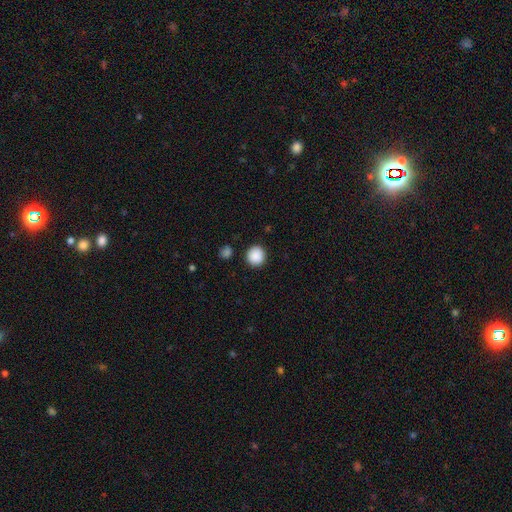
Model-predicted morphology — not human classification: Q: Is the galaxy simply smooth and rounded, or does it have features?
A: smooth — 89%.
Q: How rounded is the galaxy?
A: round — 93%.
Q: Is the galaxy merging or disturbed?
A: none — 90%.